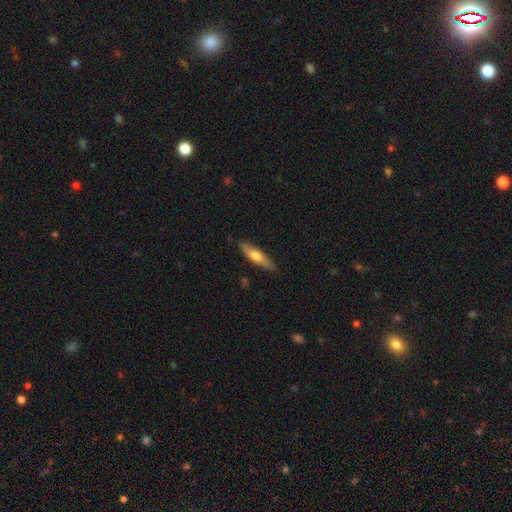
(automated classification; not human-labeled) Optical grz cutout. It shows a smooth galaxy with no disk features (59%) that is cigar-shaped (72%). Merging: none (85%).